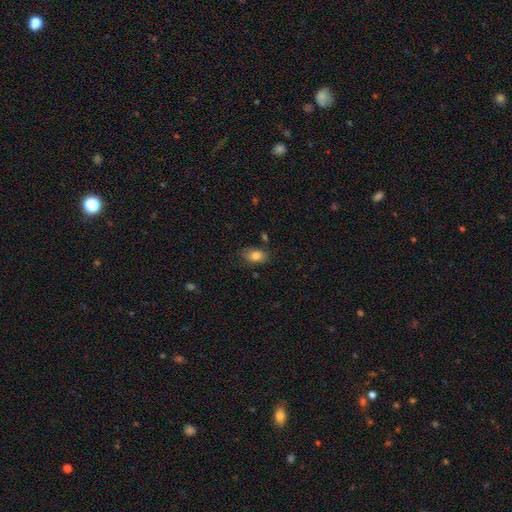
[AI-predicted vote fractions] The model was most divided on "merging": none: 75%, minor disturbance: 18%, major disturbance: 4%, merger: 3%. More confident: how rounded — in between (88%); smooth or featured — smooth (83%).